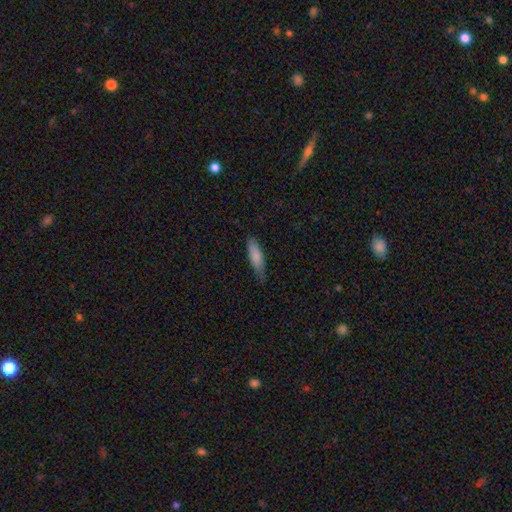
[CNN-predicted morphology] smooth-or-featured: smooth: 83% | featured or disk: 11% | star or artifact: 6%
  how-rounded: cigar-shaped: 60% | in between: 39% | round: 1%
  merging: none: 71% | minor disturbance: 24% | major disturbance: 4% | merger: 1%